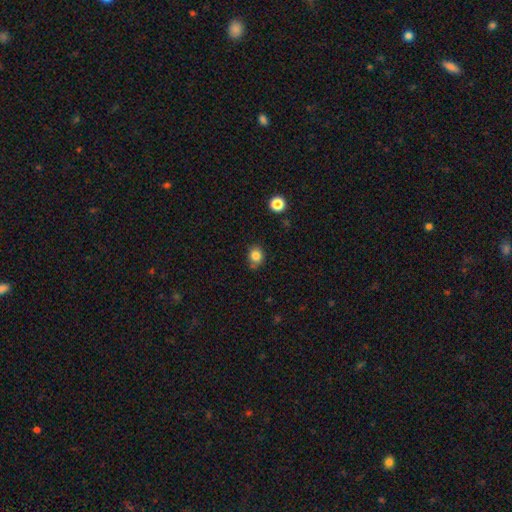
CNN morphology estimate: Smooth or featured? Predicted: smooth (p=0.83). How rounded? Predicted: round (p=0.66). Merging? Predicted: none (p=0.73).